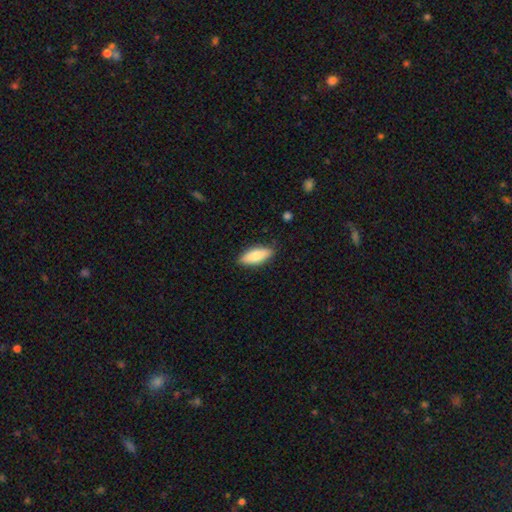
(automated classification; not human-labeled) Overall: smooth (80%). How rounded: in between (71%). Merging: none (86%).